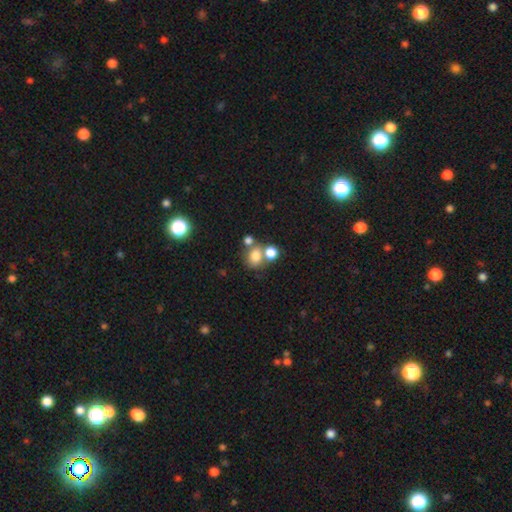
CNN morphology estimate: A smooth galaxy with no disk features (75%) that is round (60%). Merging: none (48%).